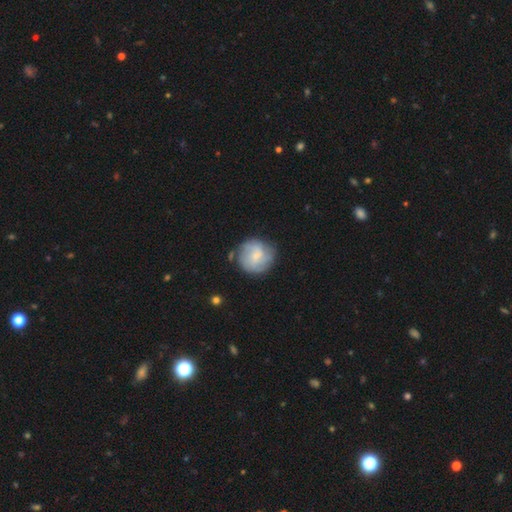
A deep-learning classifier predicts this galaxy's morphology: smooth-or-featured: smooth: 54% | featured or disk: 39% | star or artifact: 7%
  how-rounded: round: 89% | in between: 10% | cigar-shaped: 1%
  merging: none: 69% | minor disturbance: 20% | major disturbance: 8% | merger: 4%